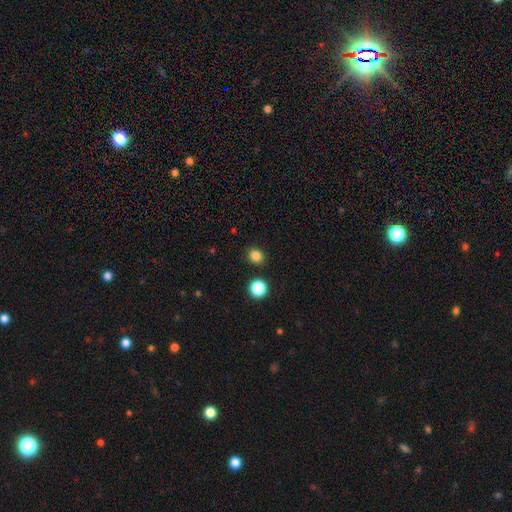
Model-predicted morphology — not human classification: type=smooth (83%); roundness=round (76%); merging=none (89%).